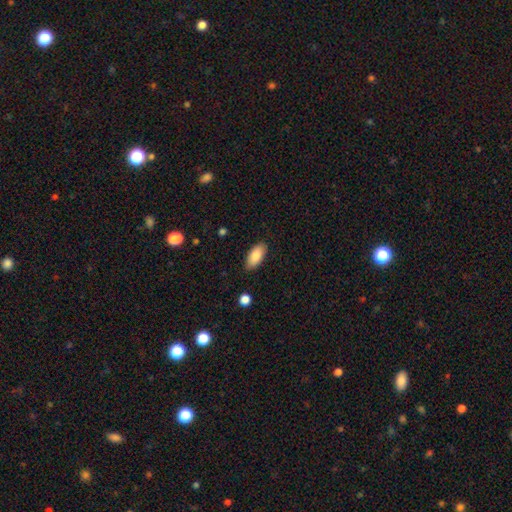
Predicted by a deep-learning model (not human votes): This appears to be a smooth galaxy with no disk features (87%) that is in between round and cigar-shaped (90%). Merging: none (86%).